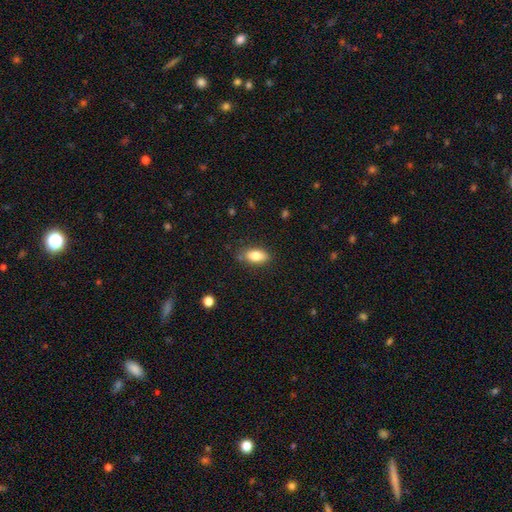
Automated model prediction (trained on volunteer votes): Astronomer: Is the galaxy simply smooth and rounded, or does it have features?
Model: smooth — 80%.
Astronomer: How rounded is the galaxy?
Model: in between — 87%.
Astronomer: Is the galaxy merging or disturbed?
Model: none — 82%.